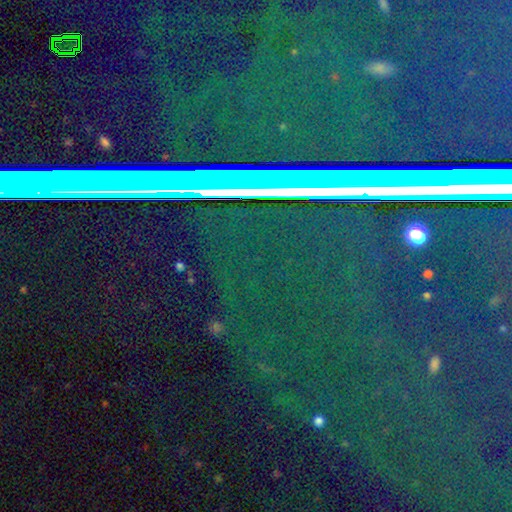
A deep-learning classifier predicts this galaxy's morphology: type=star or artifact (82%).